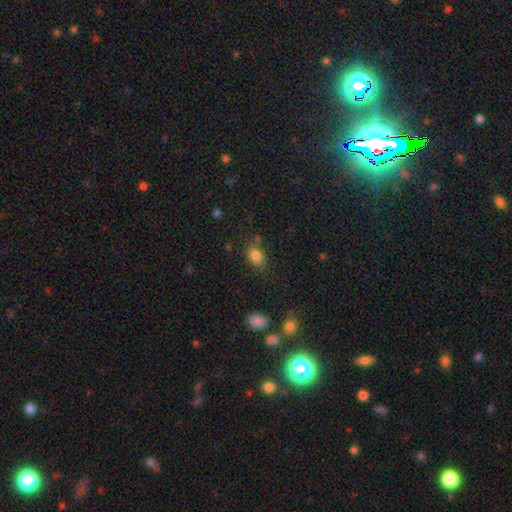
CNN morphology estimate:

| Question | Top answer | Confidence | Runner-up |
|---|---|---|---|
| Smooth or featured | smooth | 83% | star or artifact (11%) |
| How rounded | in between | 71% | round (27%) |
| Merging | none | 74% | minor disturbance (15%) |